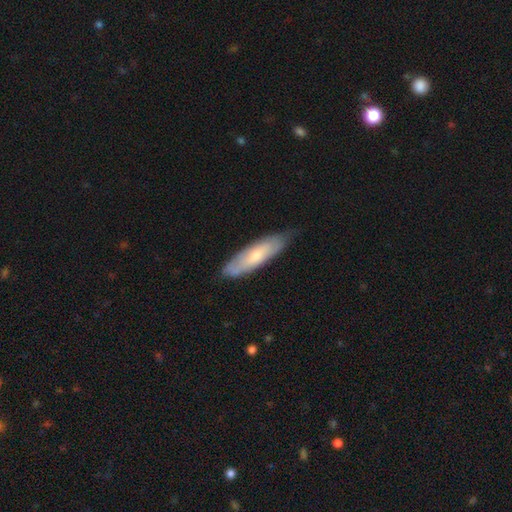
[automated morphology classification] Smooth or featured?
  - smooth: 60% *
  - featured or disk: 35%
  - star or artifact: 6%
How rounded?
  - cigar-shaped: 58% *
  - in between: 40%
  - round: 1%
Merging?
  - none: 71% *
  - minor disturbance: 24%
  - major disturbance: 4%
  - merger: 1%